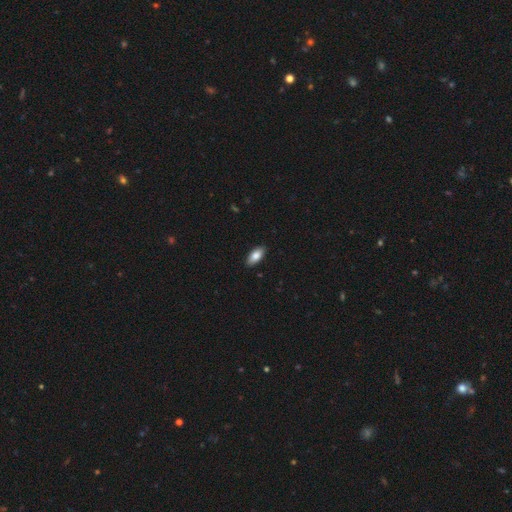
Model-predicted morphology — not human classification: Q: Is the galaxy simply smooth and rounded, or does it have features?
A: smooth — 83%.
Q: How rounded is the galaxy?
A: in between — 89%.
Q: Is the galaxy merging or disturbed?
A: none — 89%.